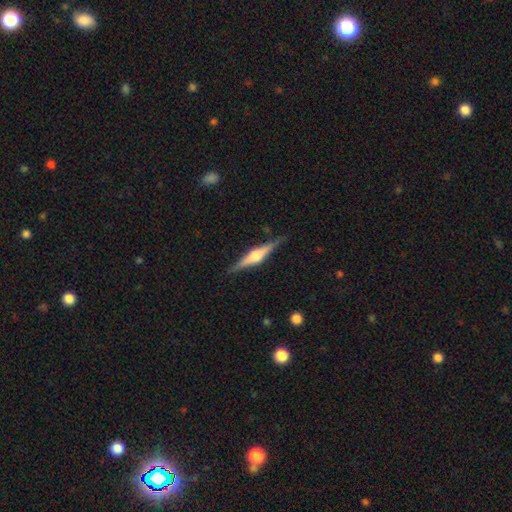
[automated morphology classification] Smooth or featured?
  - featured or disk: 76% *
  - smooth: 18%
  - star or artifact: 5%
Edge-on disk?
  - yes: 98% *
  - no: 2%
Edge-on bulge?
  - rounded: 88% *
  - boxy: 9%
  - none: 3%
Merging?
  - none: 88% *
  - minor disturbance: 9%
  - major disturbance: 2%
  - merger: 1%